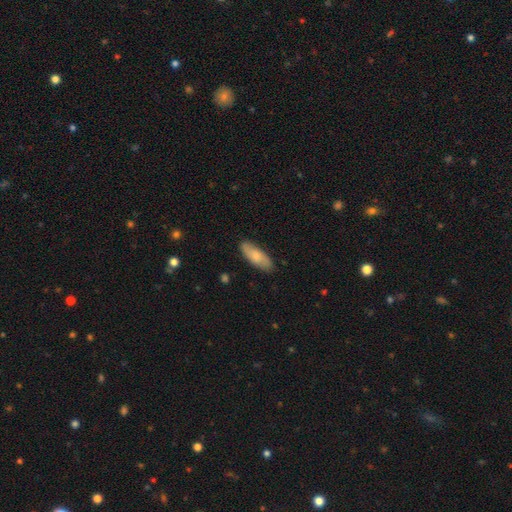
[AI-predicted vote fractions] smooth 72%, featured or disk 23%, star or artifact 5%. Down the decision tree: how rounded — in between (71%); merging — none (85%).